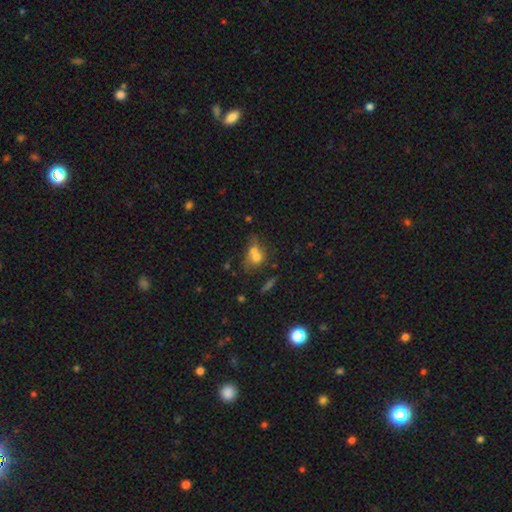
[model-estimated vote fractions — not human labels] The model was most divided on "how rounded": round: 56%, in between: 42%, cigar-shaped: 3%. More confident: smooth or featured — smooth (66%); merging — merger (59%).